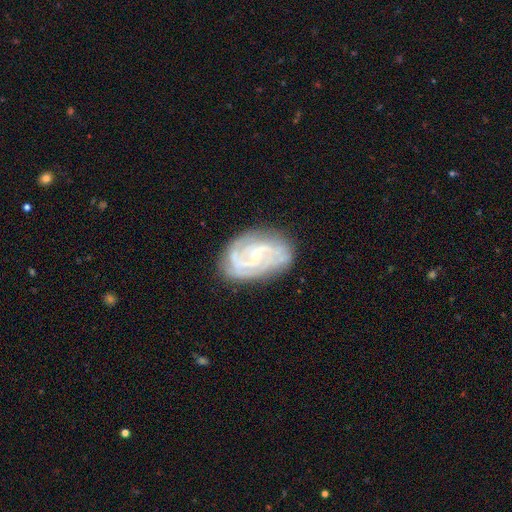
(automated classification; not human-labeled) Smooth or featured?
  - featured or disk: 86% *
  - smooth: 8%
  - star or artifact: 6%
Edge-on disk?
  - no: 97% *
  - yes: 3%
Bar?
  - no: 47% *
  - weak: 41%
  - strong: 12%
Spiral arms?
  - yes: 96% *
  - no: 4%
Spiral winding?
  - tight: 51% *
  - medium: 39%
  - loose: 10%
Spiral arm count?
  - 2: 39% *
  - 3: 24%
  - can't tell: 19%
  - 4: 8%
  - more than 4: 5%
  - 1: 5%
Bulge size?
  - small: 74% *
  - moderate: 22%
  - none: 2%
  - large: 1%
  - dominant: 1%
Merging?
  - none: 76% *
  - minor disturbance: 17%
  - major disturbance: 5%
  - merger: 1%